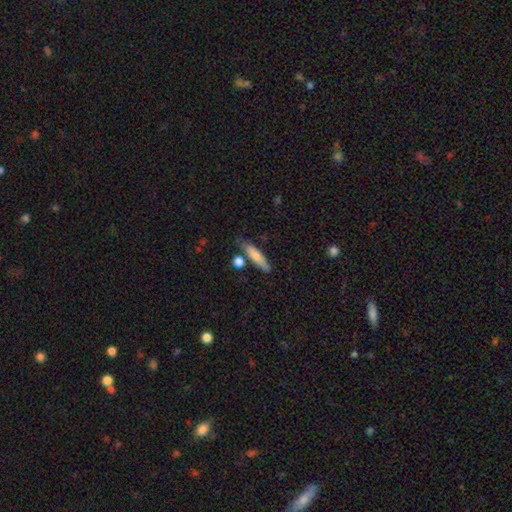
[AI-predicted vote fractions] Smooth or featured? Predicted: smooth (p=0.78). How rounded? Predicted: cigar-shaped (p=0.76). Merging? Predicted: none (p=0.74).